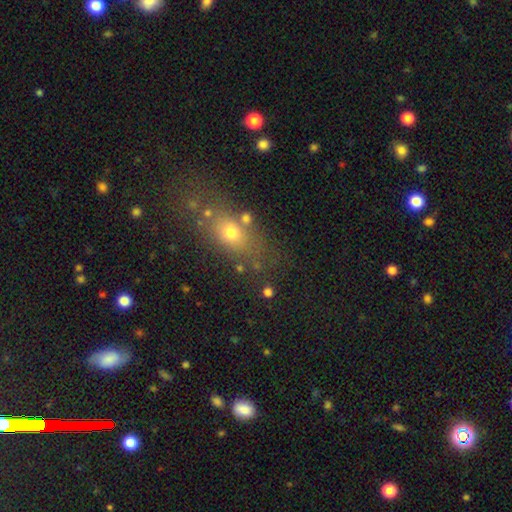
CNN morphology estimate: This is possibly a smooth galaxy (53%). How rounded: possibly in between (53%). Merging: likely none (72%).